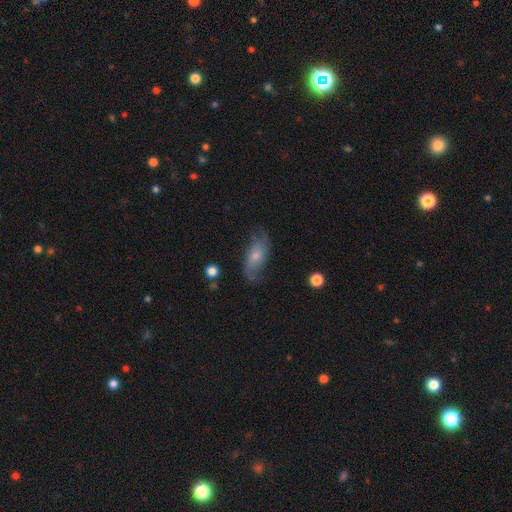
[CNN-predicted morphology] The model was most divided on "bulge size": small: 45%, moderate: 44%, large: 5%, none: 4%, dominant: 1%. More confident: edge-on disk — no (90%); spiral arms — yes (86%); bar — no (70%); smooth or featured — featured or disk (61%); merging — none (61%).